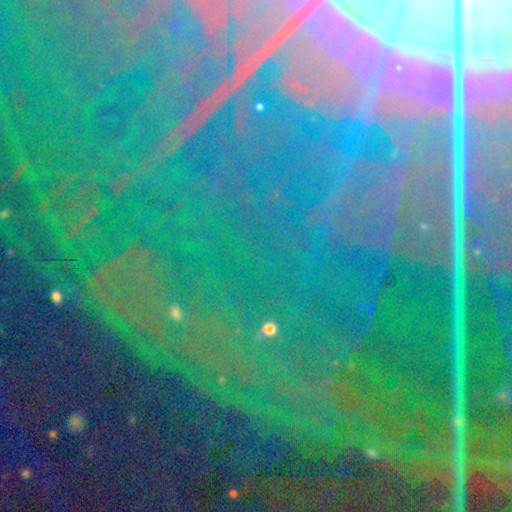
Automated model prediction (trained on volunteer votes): Morphology: type=star or artifact (84%).